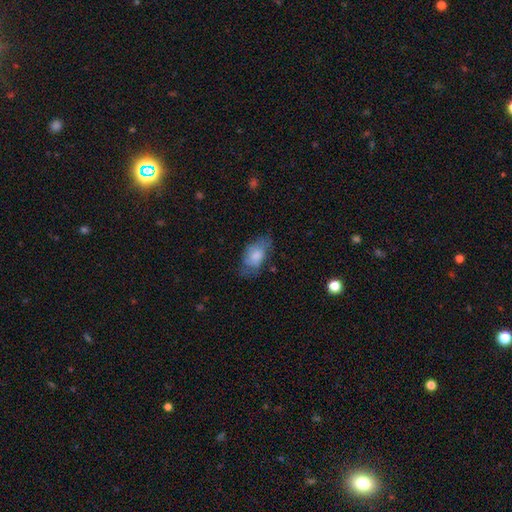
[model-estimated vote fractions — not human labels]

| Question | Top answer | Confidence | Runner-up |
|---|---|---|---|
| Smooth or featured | smooth | 67% | featured or disk (26%) |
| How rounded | in between | 91% | round (7%) |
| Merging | none | 50% | minor disturbance (31%) |